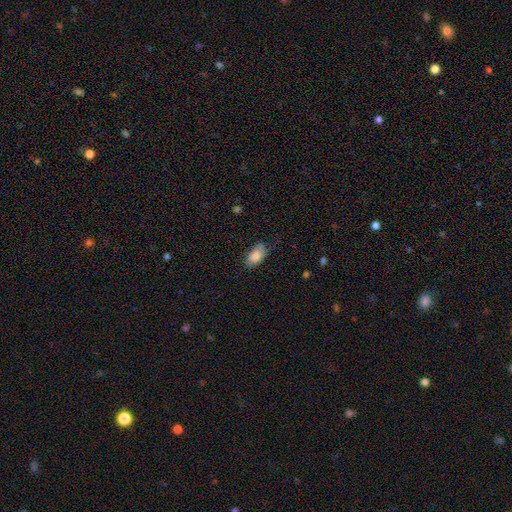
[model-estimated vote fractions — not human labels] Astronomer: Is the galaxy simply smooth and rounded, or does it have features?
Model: smooth — 84%.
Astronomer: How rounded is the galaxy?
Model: in between — 93%.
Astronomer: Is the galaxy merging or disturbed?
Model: none — 61%.